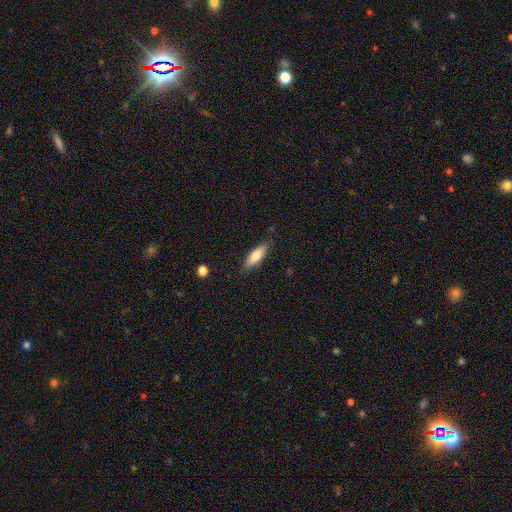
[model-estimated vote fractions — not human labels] smooth_or_featured: smooth (p=0.74) [alt: featured or disk p=0.20]
how_rounded: cigar-shaped (p=0.50) [alt: in between p=0.49]
merging: none (p=0.81) [alt: minor disturbance p=0.14]